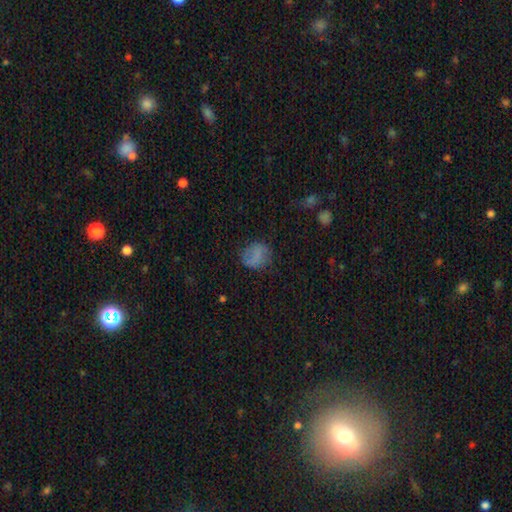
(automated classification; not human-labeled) Overall: smooth (69%). How rounded: round (61%; in between 37%). Merging: none (68%).